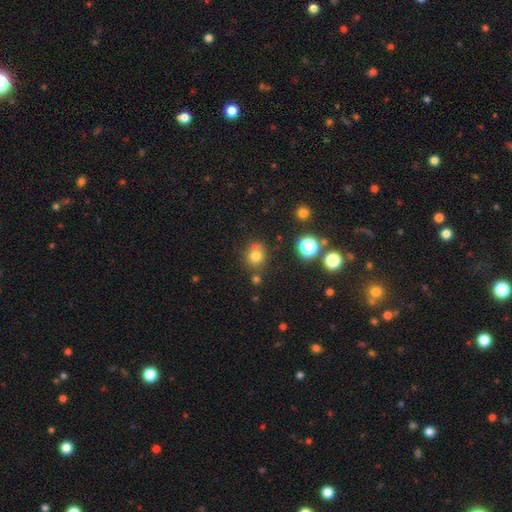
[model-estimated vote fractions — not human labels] smooth 74%, star or artifact 17%, featured or disk 9%. Down the decision tree: how rounded — round (79%); merging — none (69%).